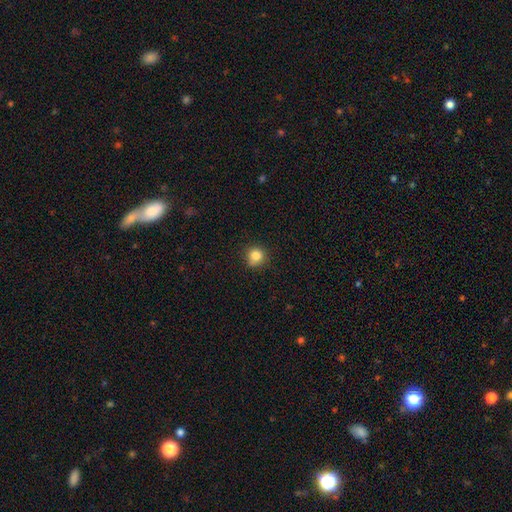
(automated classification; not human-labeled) Morphology: type=smooth (83%); roundness=round (91%); merging=none (81%).